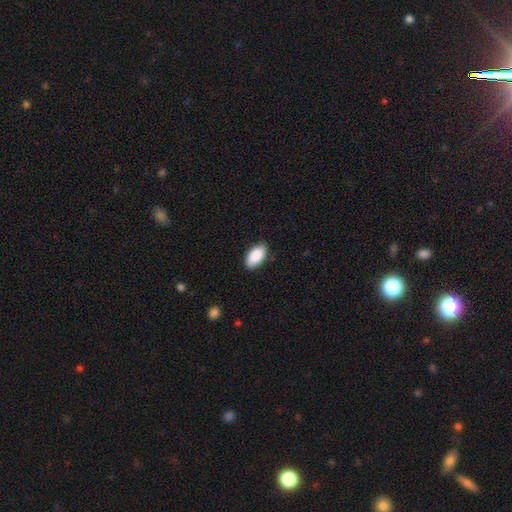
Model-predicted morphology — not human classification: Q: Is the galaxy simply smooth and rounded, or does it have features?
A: smooth — 90%.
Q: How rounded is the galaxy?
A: in between — 95%.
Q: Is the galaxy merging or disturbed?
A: none — 84%.